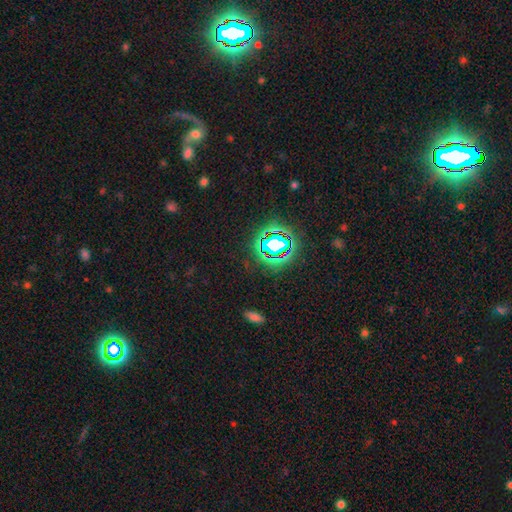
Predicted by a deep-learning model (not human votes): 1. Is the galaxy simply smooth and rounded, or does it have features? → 77% star or artifact, 14% smooth, 9% featured or disk.